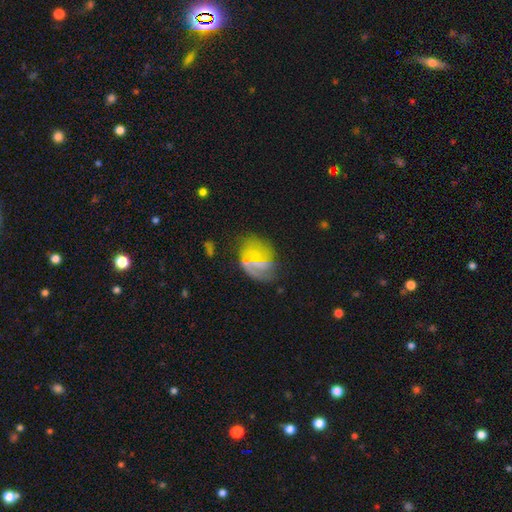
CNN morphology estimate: A featured or disk galaxy (52%) with a weak bar (41%), spiral arms (59%) and no central bulge (39%).

Vote fractions:
- Smooth or featured? featured or disk: 52% / smooth: 35% / star or artifact: 13%
- Edge-on disk? no: 96% / yes: 4%
- Bar? weak: 41% / no: 37% / strong: 23%
- Spiral arms? yes: 59% / no: 41%
- Bulge size? none: 39% / small: 34% / moderate: 21% / large: 4% / dominant: 2%
- Merging? none: 51% / minor disturbance: 23% / major disturbance: 17% / merger: 8%